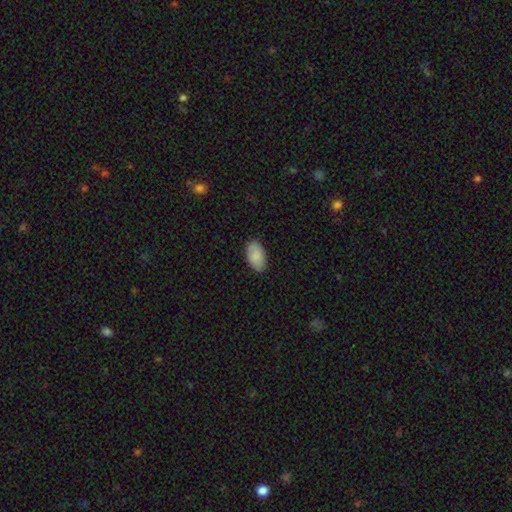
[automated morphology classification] Smooth or featured?
  - smooth: 86% *
  - featured or disk: 8%
  - star or artifact: 6%
How rounded?
  - in between: 95% *
  - round: 3%
  - cigar-shaped: 2%
Merging?
  - none: 86% *
  - minor disturbance: 11%
  - major disturbance: 2%
  - merger: 1%